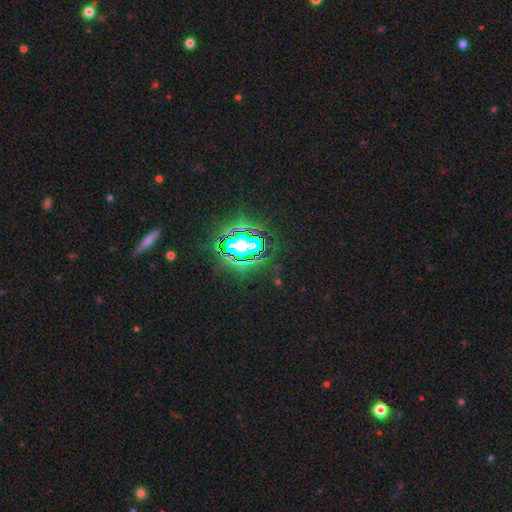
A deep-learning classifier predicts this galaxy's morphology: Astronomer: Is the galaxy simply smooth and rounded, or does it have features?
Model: star or artifact — 83%.